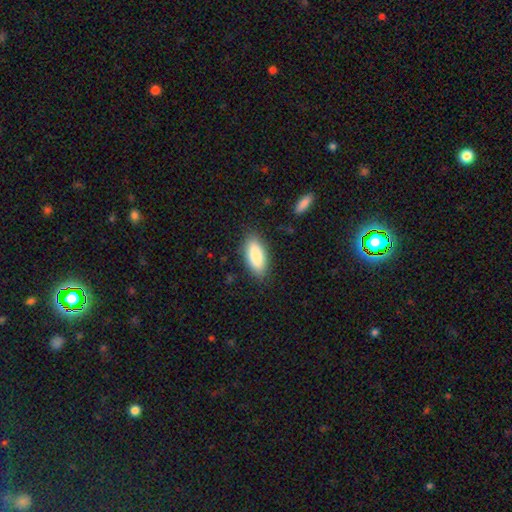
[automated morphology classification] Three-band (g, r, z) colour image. It shows a smooth galaxy with no disk features (86%) that is in between round and cigar-shaped (82%). Merging: none (85%).